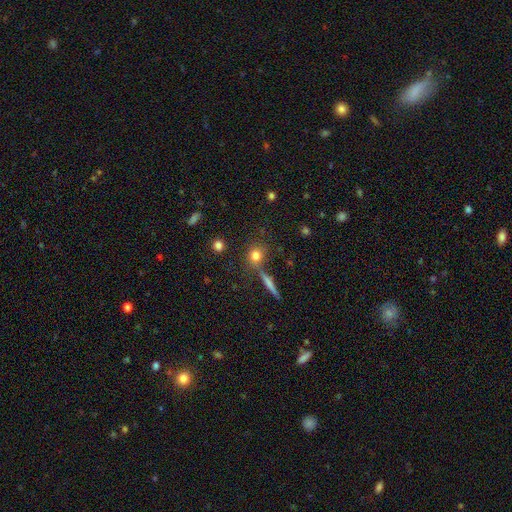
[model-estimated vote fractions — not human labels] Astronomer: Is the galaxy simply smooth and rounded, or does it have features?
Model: smooth — 76%.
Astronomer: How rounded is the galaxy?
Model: round — 78%.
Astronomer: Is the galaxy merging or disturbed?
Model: none — 72%.